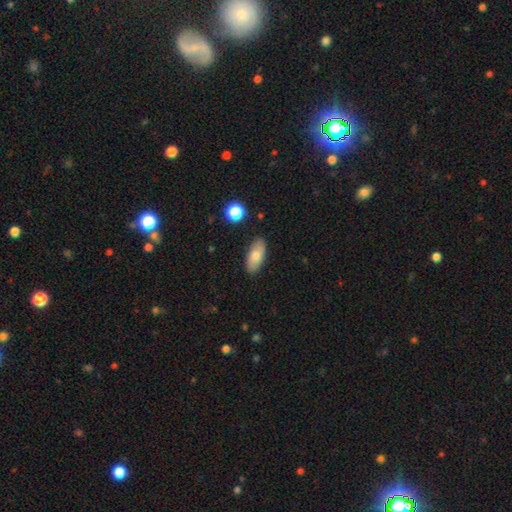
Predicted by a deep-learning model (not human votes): Morphology: type=smooth (74%); roundness=in between (87%); merging=none (87%).